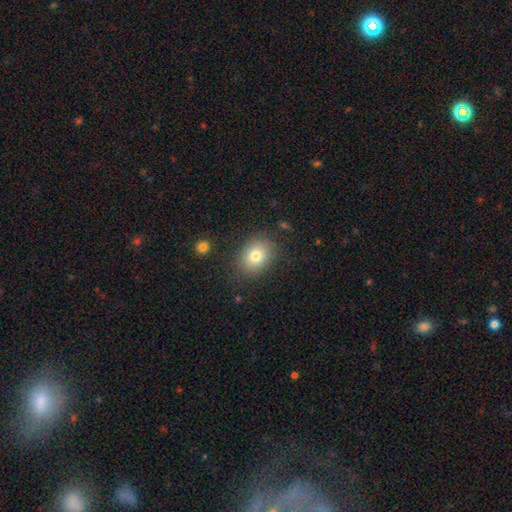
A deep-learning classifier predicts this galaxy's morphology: Q: Smooth or featured?
A: smooth (79%); runner-up: featured or disk (11%)
Q: How rounded?
A: in between (56%); runner-up: round (43%)
Q: Merging?
A: none (83%); runner-up: minor disturbance (11%)